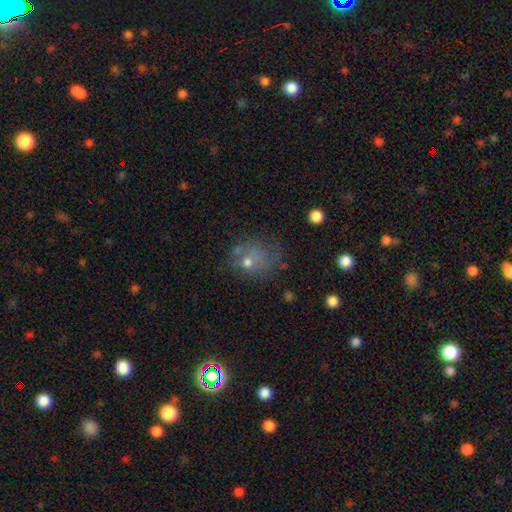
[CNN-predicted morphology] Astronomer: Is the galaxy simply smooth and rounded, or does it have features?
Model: smooth — 50% (runner-up: star or artifact, 28%).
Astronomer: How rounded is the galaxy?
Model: round — 66%.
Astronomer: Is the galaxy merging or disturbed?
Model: none — 58%.